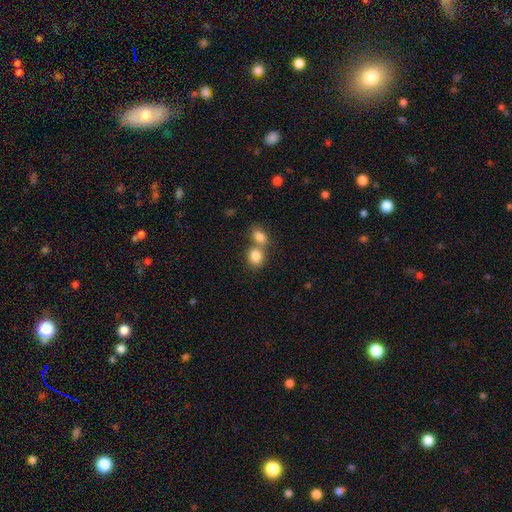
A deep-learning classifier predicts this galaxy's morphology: smooth_or_featured: smooth (p=0.83) [alt: star or artifact p=0.09]
how_rounded: round (p=0.59) [alt: in between p=0.40]
merging: merger (p=0.54) [alt: none p=0.36]